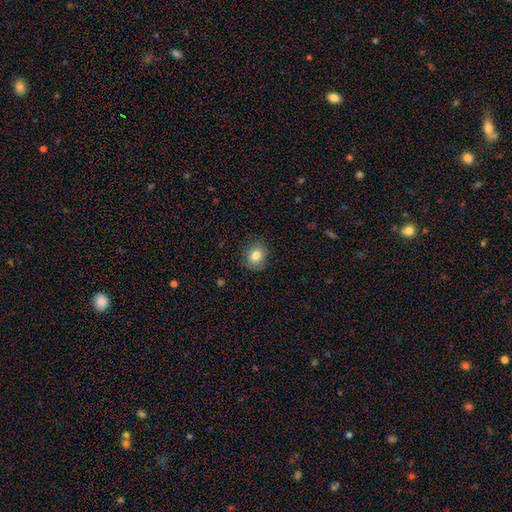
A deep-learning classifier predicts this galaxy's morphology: Overall: smooth (80%). How rounded: round (62%; in between 37%). Merging: none (83%).